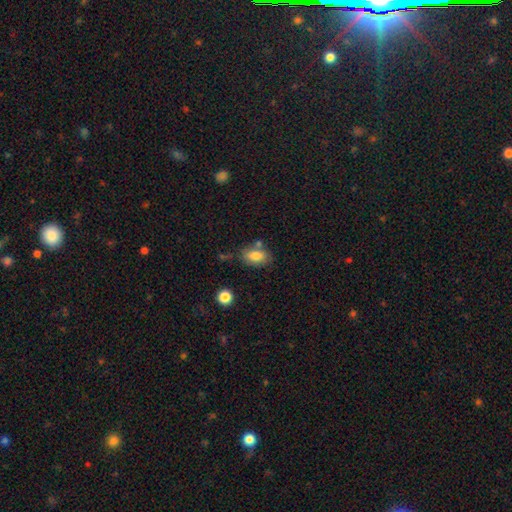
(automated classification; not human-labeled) Smooth or featured?
  - smooth: 81% *
  - featured or disk: 11%
  - star or artifact: 8%
How rounded?
  - in between: 87% *
  - round: 11%
  - cigar-shaped: 2%
Merging?
  - none: 67% *
  - minor disturbance: 17%
  - merger: 11%
  - major disturbance: 4%